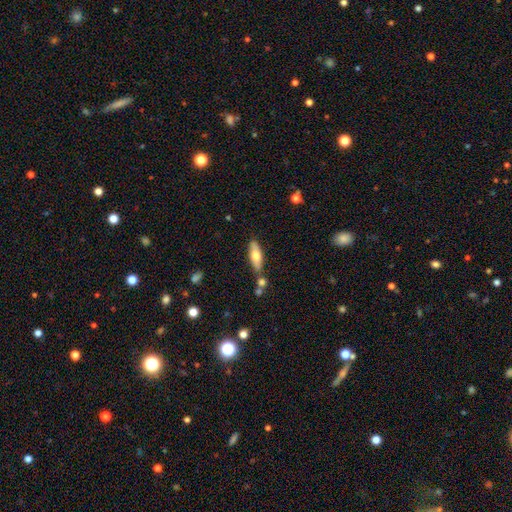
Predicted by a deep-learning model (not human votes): Overall: smooth (63%; featured or disk 31%). How rounded: in between (55%; cigar-shaped 42%). Merging: none (70%).